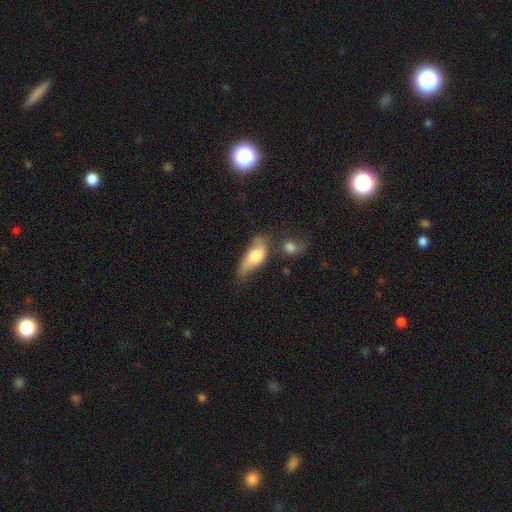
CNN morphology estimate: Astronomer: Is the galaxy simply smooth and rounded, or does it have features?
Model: smooth — 64%.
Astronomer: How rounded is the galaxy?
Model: in between — 79%.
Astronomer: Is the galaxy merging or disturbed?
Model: minor disturbance — 33% (runner-up: none, 32%).